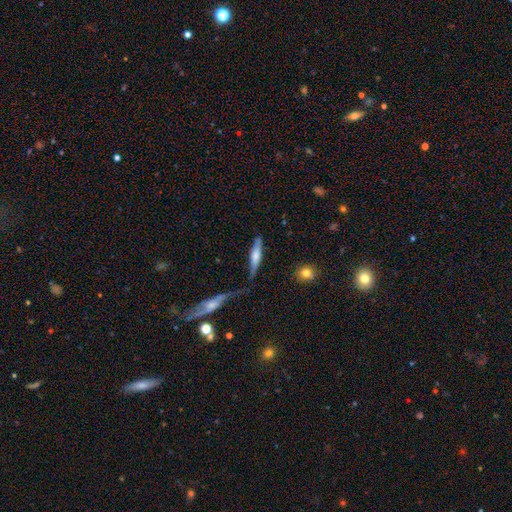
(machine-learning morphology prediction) type=smooth (54%); roundness=cigar-shaped (77%); merging=none (53%).